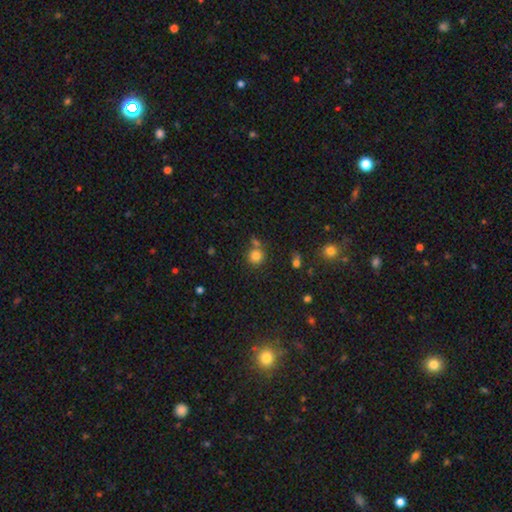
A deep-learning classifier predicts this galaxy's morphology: Q: Smooth or featured?
A: smooth (80%); runner-up: star or artifact (13%)
Q: How rounded?
A: round (90%); runner-up: in between (9%)
Q: Merging?
A: none (66%); runner-up: merger (20%)